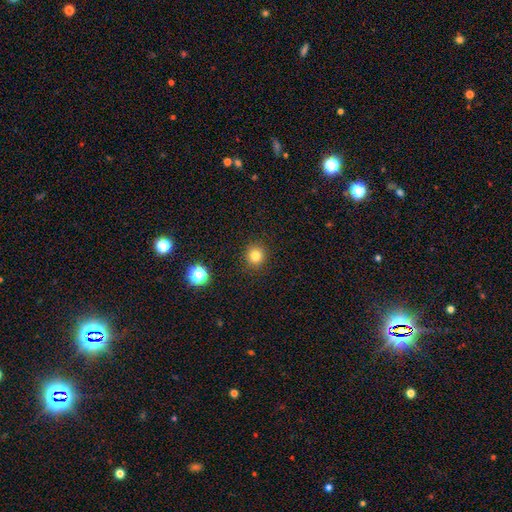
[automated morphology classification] A smooth galaxy with no disk features (80%) that is round (91%).

Vote fractions:
- Smooth or featured? smooth: 80% / star or artifact: 14% / featured or disk: 6%
- How rounded? round: 91% / in between: 8% / cigar-shaped: 1%
- Merging? none: 91% / minor disturbance: 6% / major disturbance: 2% / merger: 1%